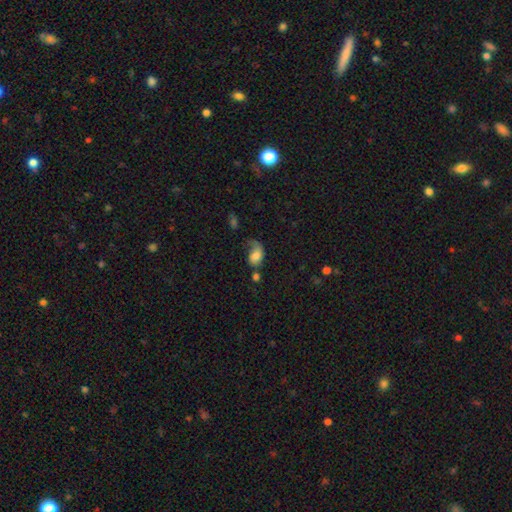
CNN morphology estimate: This is likely a smooth galaxy (61%). How rounded: likely in between (80%). Merging: marginally major disturbance (41%).